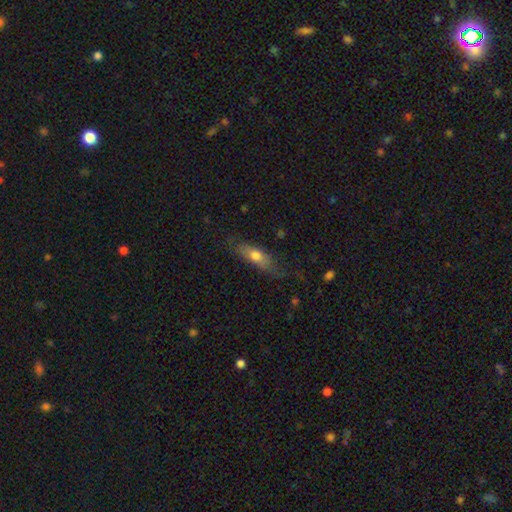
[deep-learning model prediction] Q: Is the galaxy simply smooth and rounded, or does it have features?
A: smooth — 66%.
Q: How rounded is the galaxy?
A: in between — 62%.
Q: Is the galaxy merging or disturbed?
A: none — 60%.